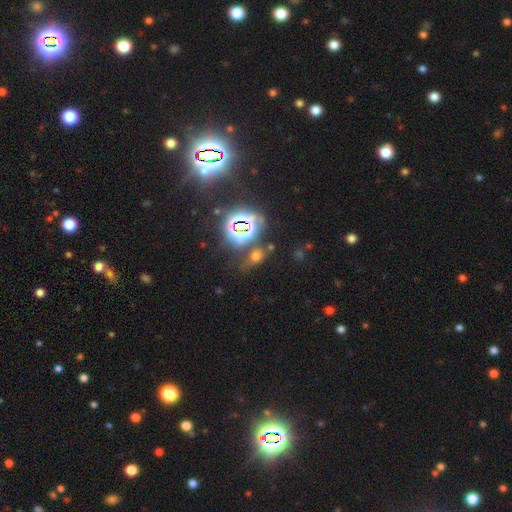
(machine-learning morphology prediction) This is possibly a smooth galaxy (47%). Merging: likely none (66%).